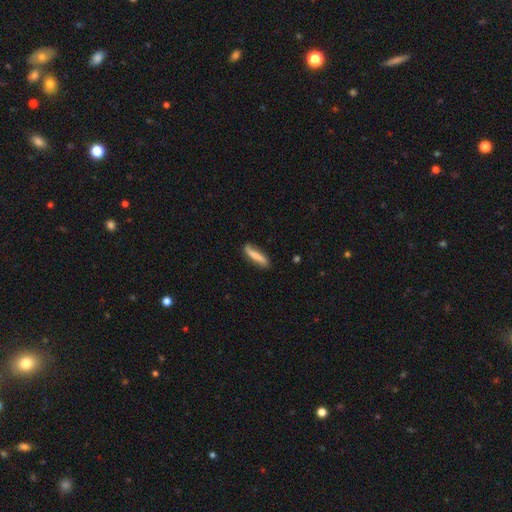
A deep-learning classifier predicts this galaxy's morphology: Smooth or featured? smooth (72%)
How rounded? cigar-shaped (83%)
Merging? none (79%)